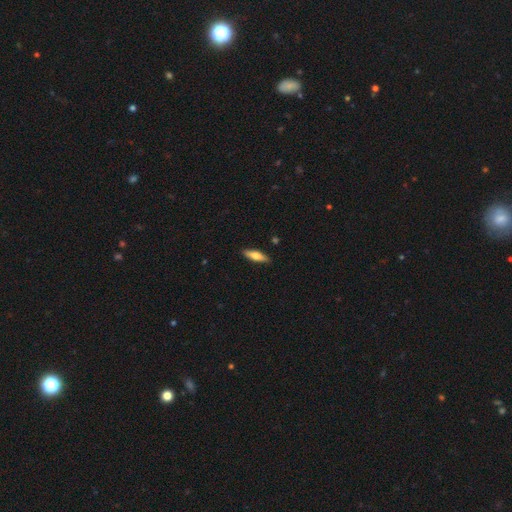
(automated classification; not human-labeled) Smooth or featured: smooth — 69% (featured or disk — 26%)
How rounded: cigar-shaped — 54% (in between — 44%)
Merging: none — 88% (minor disturbance — 9%)